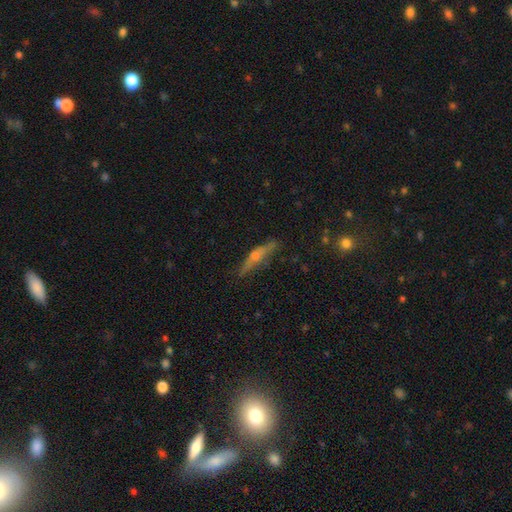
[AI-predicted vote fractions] Smooth or featured: featured or disk — 67% (smooth — 25%)
Edge-on disk: yes — 93% (no — 7%)
Edge-on bulge: rounded — 88% (none — 6%)
Merging: none — 82% (minor disturbance — 14%)